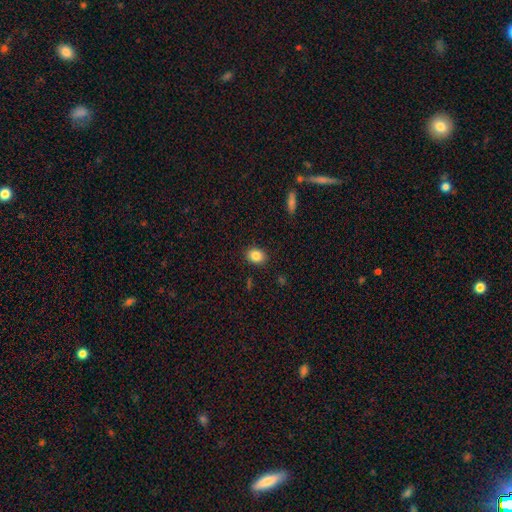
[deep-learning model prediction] smooth 85%, star or artifact 9%, featured or disk 6%. Down the decision tree: how rounded — in between (54%); merging — none (89%).